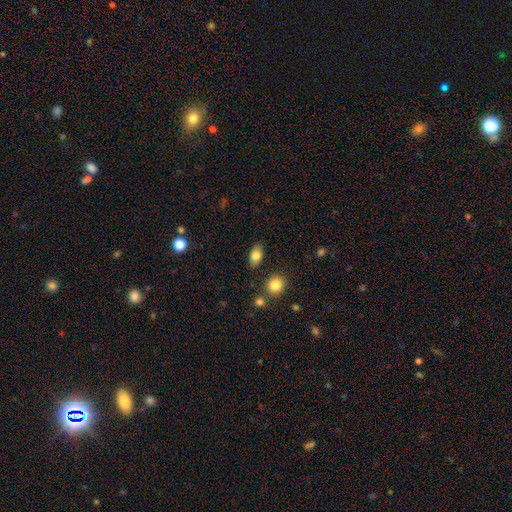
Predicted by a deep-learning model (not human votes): smooth-or-featured: smooth: 81% | featured or disk: 10% | star or artifact: 9%
  how-rounded: in between: 84% | round: 13% | cigar-shaped: 2%
  merging: none: 84% | minor disturbance: 10% | merger: 3% | major disturbance: 3%